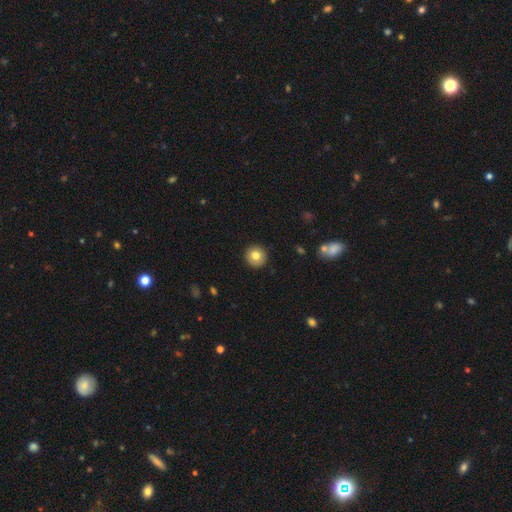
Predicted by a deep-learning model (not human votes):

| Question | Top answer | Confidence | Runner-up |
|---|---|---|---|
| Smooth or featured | smooth | 80% | featured or disk (11%) |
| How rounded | round | 94% | in between (5%) |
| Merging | none | 92% | minor disturbance (5%) |